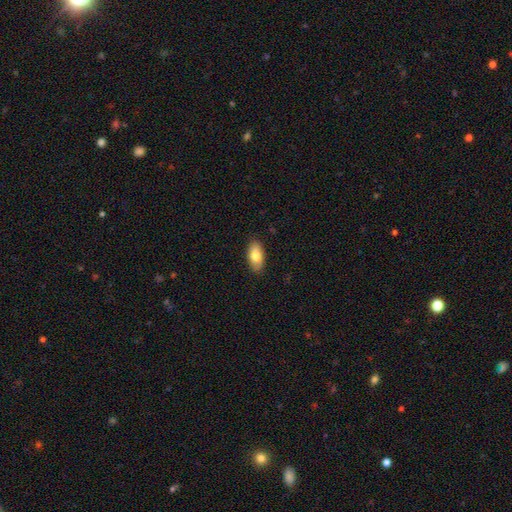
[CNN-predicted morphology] Smooth or featured? smooth (80%)
How rounded? in between (92%)
Merging? none (88%)